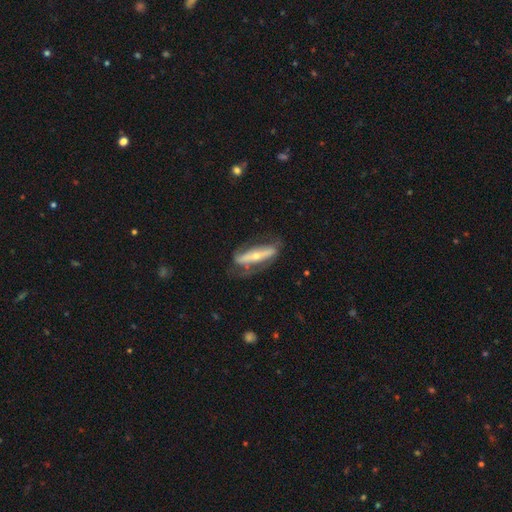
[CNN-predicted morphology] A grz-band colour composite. It shows a featured or disk galaxy (71%). Merging: none (61%).